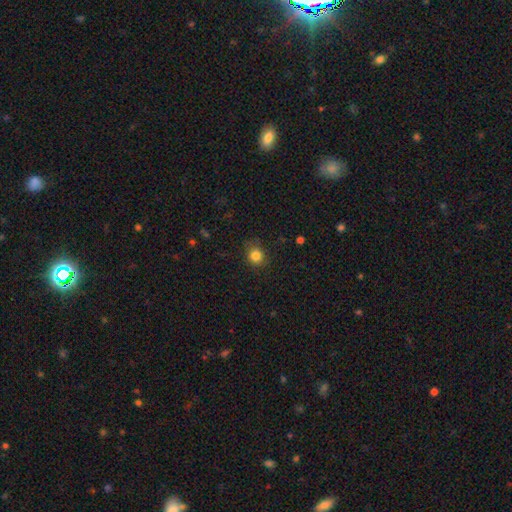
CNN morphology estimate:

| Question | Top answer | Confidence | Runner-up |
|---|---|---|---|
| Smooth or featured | smooth | 83% | star or artifact (12%) |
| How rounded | round | 81% | in between (18%) |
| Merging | none | 80% | minor disturbance (15%) |